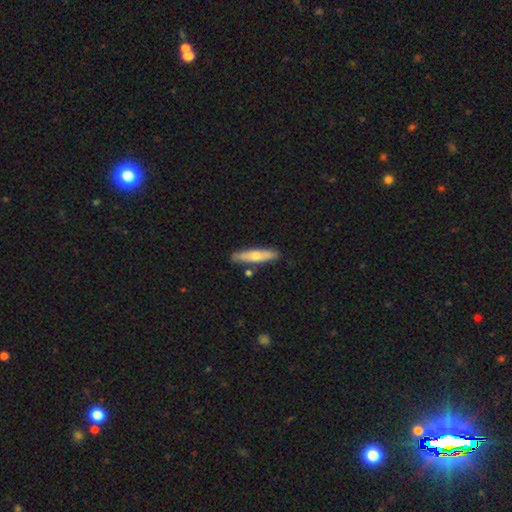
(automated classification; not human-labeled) Smooth or featured: smooth — 52% (featured or disk — 42%)
How rounded: cigar-shaped — 80% (in between — 18%)
Merging: none — 86% (minor disturbance — 10%)